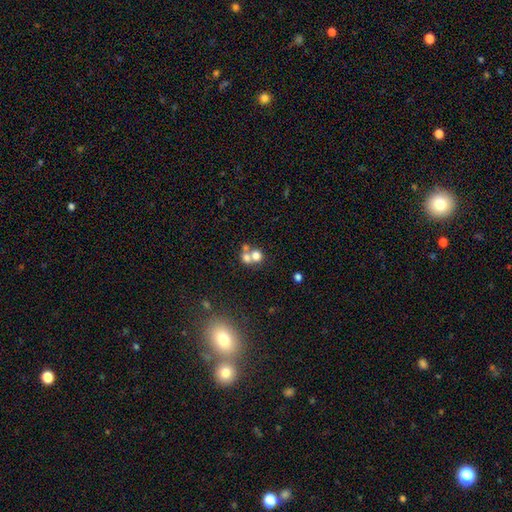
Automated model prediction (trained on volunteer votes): smooth 68%, featured or disk 18%, star or artifact 15%. Down the decision tree: how rounded — round (77%); merging — merger (55%).